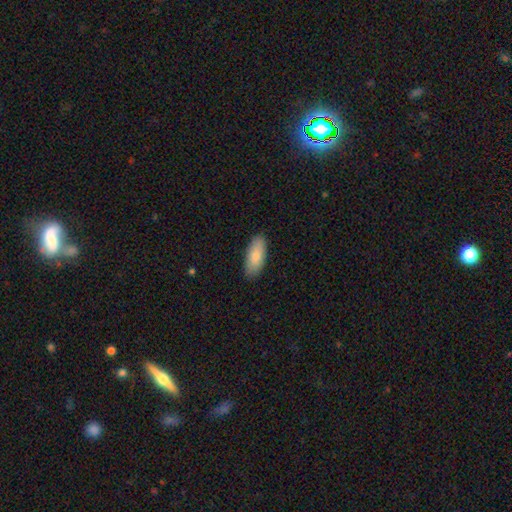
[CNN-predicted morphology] Smooth or featured?
  - smooth: 82% *
  - featured or disk: 12%
  - star or artifact: 6%
How rounded?
  - in between: 84% *
  - cigar-shaped: 14%
  - round: 2%
Merging?
  - none: 88% *
  - minor disturbance: 10%
  - major disturbance: 2%
  - merger: 1%